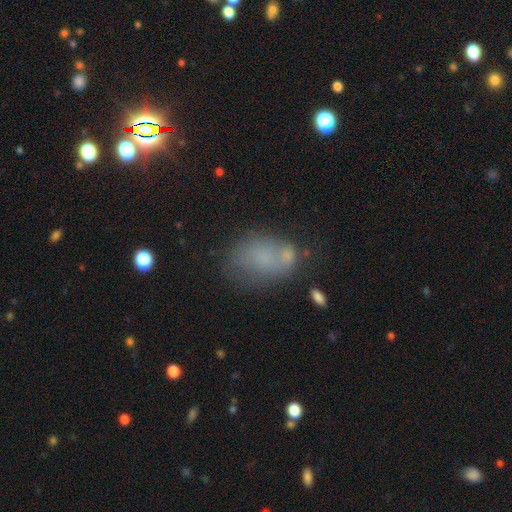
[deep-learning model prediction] Smooth or featured: smooth — 64% (featured or disk — 24%)
How rounded: in between — 79% (round — 20%)
Merging: none — 39% (minor disturbance — 24%)